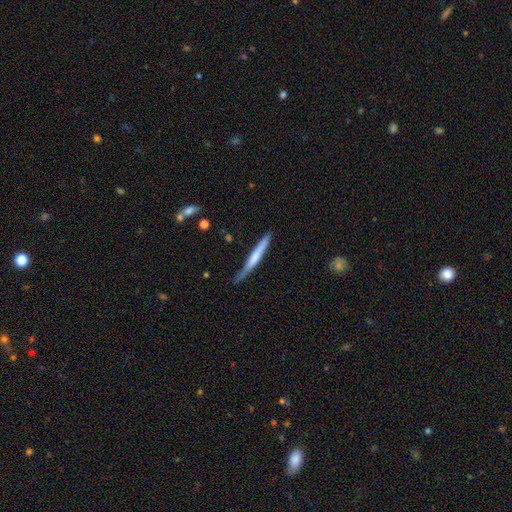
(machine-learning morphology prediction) smooth-or-featured: smooth: 53% | featured or disk: 42% | star or artifact: 5%
  how-rounded: cigar-shaped: 96% | in between: 3% | round: 1%
  merging: none: 70% | minor disturbance: 23% | major disturbance: 4% | merger: 2%